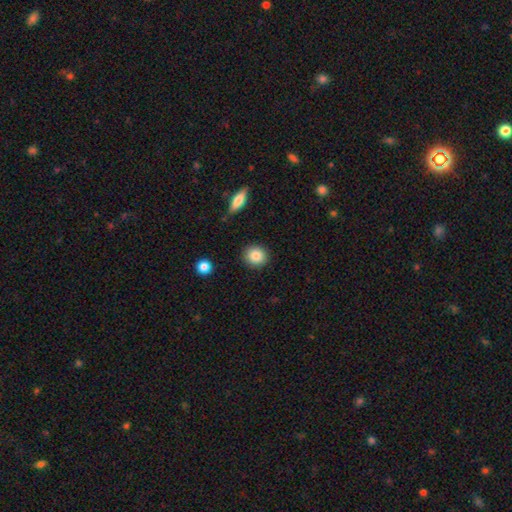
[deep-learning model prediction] Morphology: type=smooth (87%); roundness=round (82%); merging=none (89%).